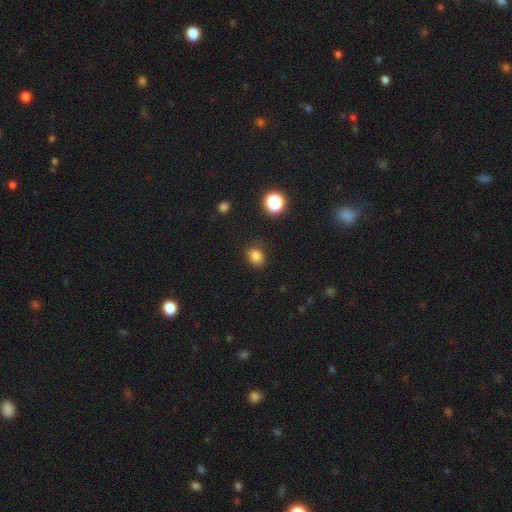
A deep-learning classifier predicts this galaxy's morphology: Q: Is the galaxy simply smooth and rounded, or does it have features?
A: smooth — 81%.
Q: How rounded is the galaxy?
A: round — 55%.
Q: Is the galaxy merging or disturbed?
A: none — 82%.